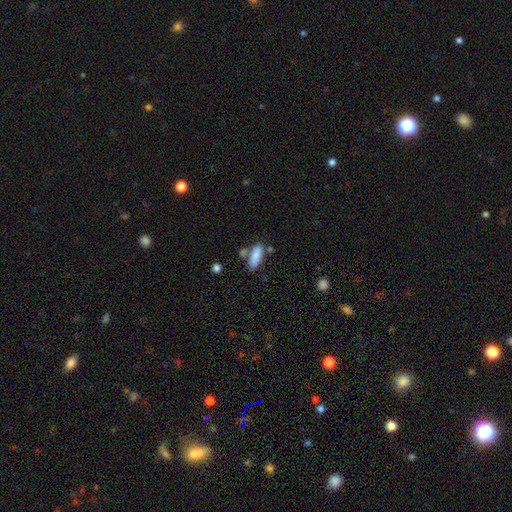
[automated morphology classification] This is clearly a smooth galaxy (86%). How rounded: likely in between (65%). Merging: likely none (66%).